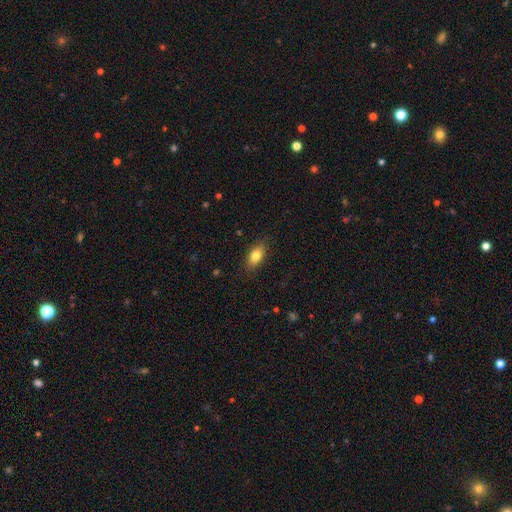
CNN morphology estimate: smooth_or_featured: smooth (p=0.80) [alt: featured or disk p=0.12]
how_rounded: in between (p=0.86) [alt: cigar-shaped p=0.08]
merging: none (p=0.84) [alt: minor disturbance p=0.12]